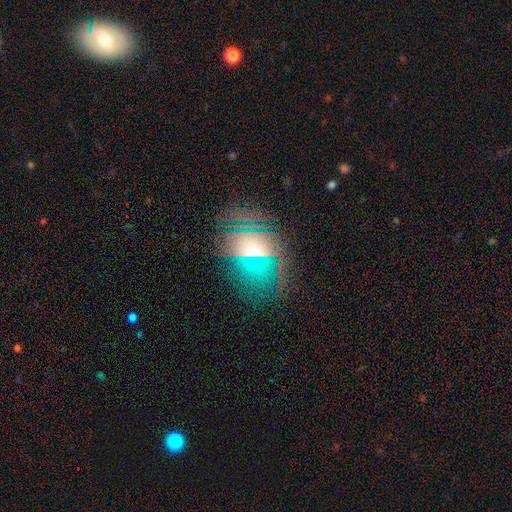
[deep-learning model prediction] This is marginally a smooth galaxy (41%). Merging: likely none (68%).